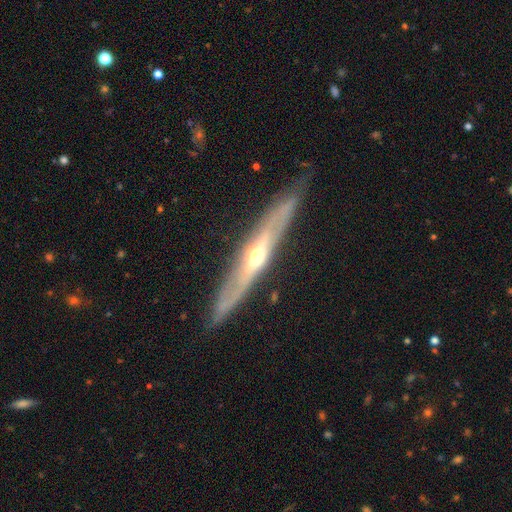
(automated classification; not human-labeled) featured or disk 76%, smooth 18%, star or artifact 5%. Down the decision tree: edge-on disk — yes (82%); edge-on bulge — rounded (81%); merging — none (84%).